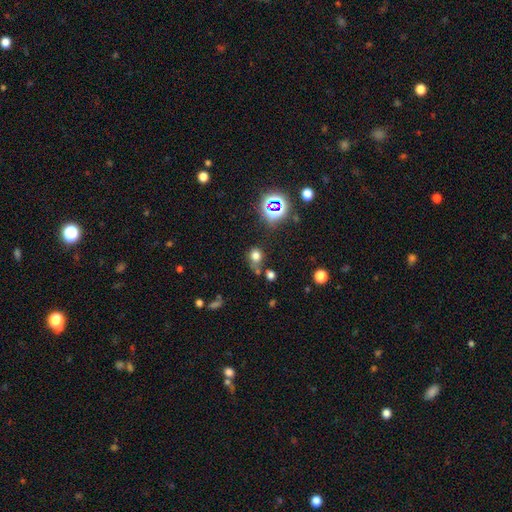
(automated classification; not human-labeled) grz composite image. It shows a smooth galaxy with no disk features (69%) that is round (72%). Merging: none (58%).